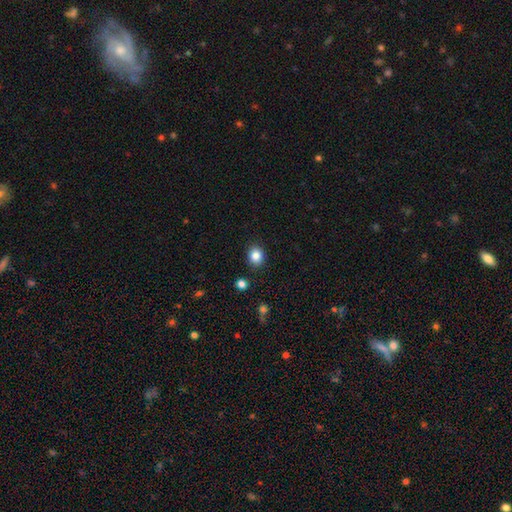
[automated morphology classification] smooth 85%, star or artifact 10%, featured or disk 4%. Down the decision tree: how rounded — round (67%); merging — none (89%).